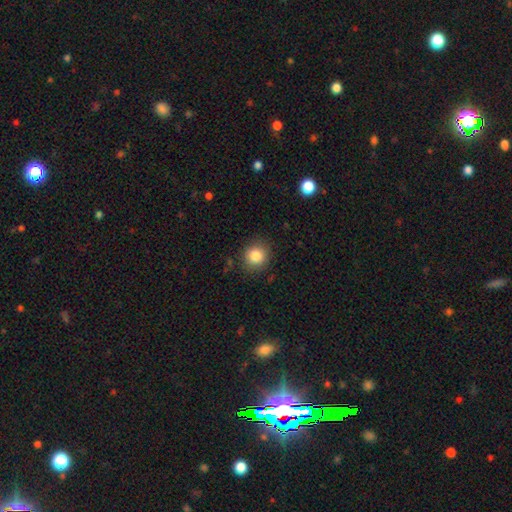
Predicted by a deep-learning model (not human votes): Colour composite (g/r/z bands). It shows a smooth galaxy with no disk features (84%) that is round (86%). Merging: none (87%).